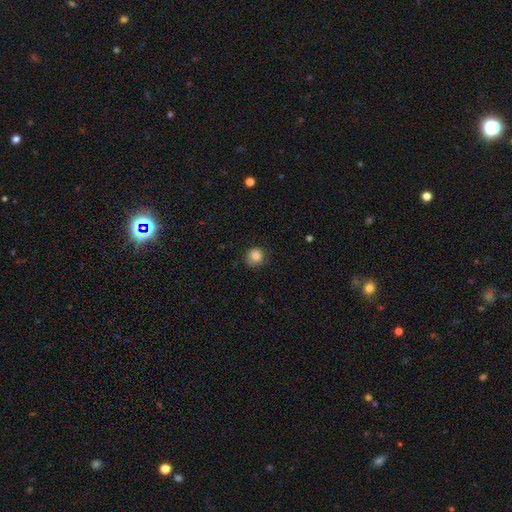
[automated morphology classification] This appears to be a smooth galaxy with no disk features (84%) that is round (87%). Merging: none (77%).